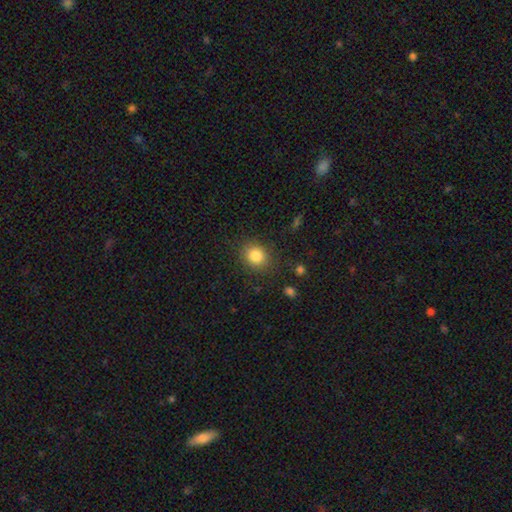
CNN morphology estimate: This appears to be a smooth galaxy with no disk features (84%) that is round (69%). Merging: none (85%).